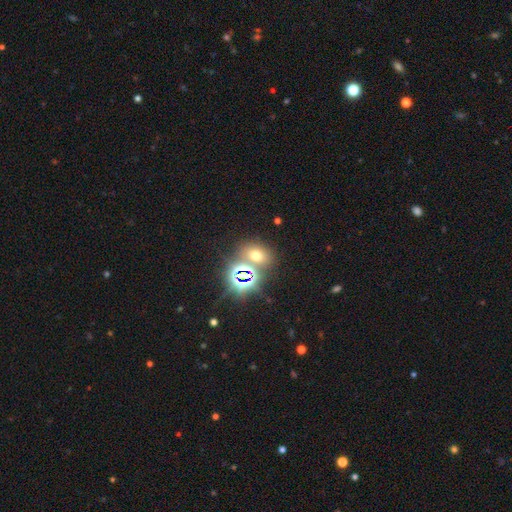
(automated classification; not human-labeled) A smooth galaxy with no disk features (50%). Merging: none (66%).